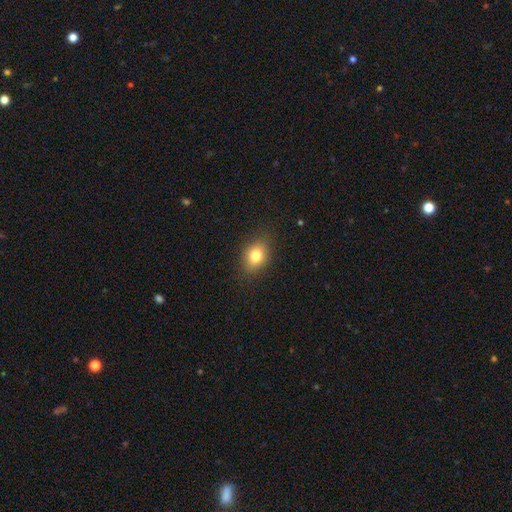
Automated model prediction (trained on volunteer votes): This appears to be a smooth galaxy with no disk features (79%) that is in between round and cigar-shaped (65%). Merging: none (84%).